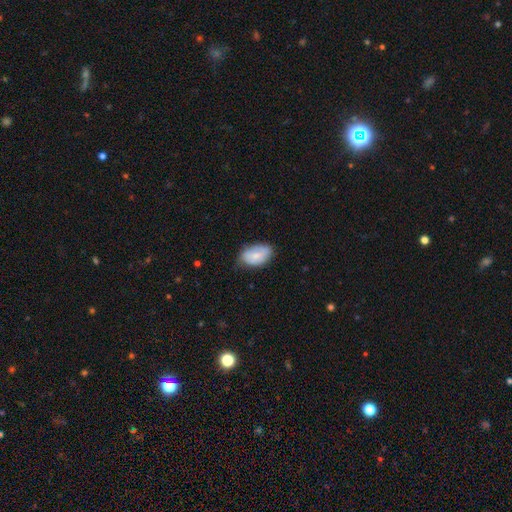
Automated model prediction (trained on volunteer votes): Morphology: type=smooth (72%); roundness=in between (91%); merging=none (56%).